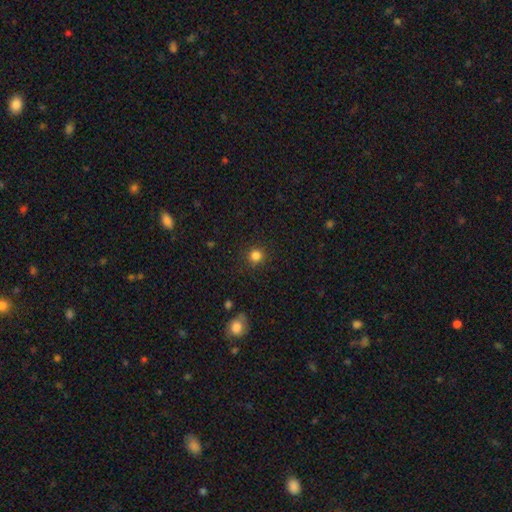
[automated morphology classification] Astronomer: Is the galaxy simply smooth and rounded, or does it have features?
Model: smooth — 83%.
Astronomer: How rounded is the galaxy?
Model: round — 93%.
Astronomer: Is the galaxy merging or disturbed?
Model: none — 90%.